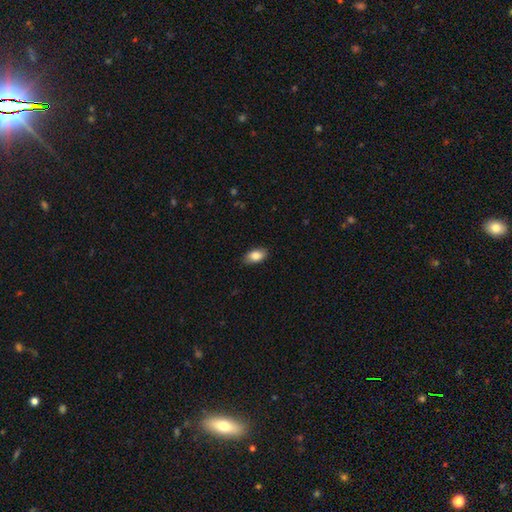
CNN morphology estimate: type=smooth (85%); roundness=in between (92%); merging=none (86%).